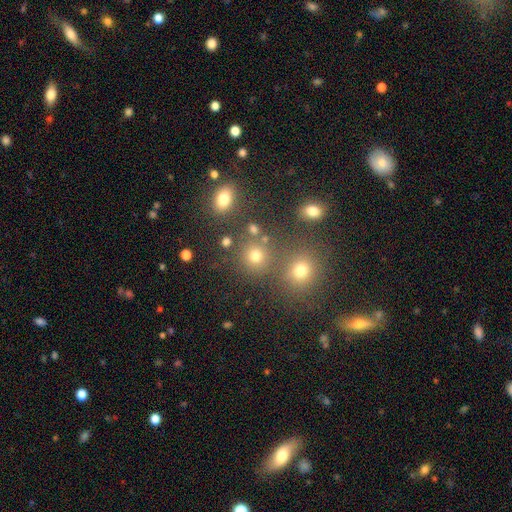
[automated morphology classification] This appears to be a smooth galaxy with no disk features (72%) that is round (85%). Merging: none (72%).